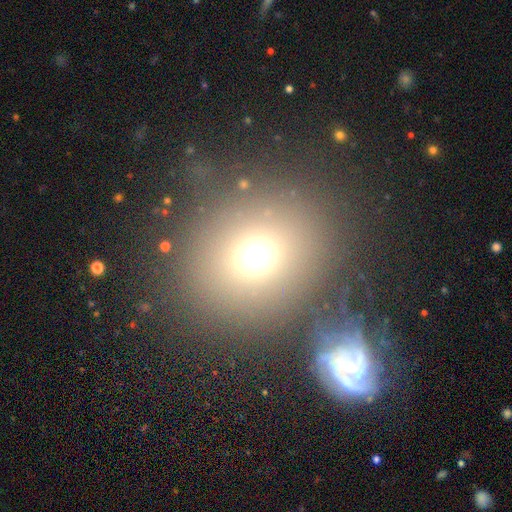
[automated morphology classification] This is likely a smooth galaxy (67%). How rounded: likely round (76%). Merging: likely none (69%).